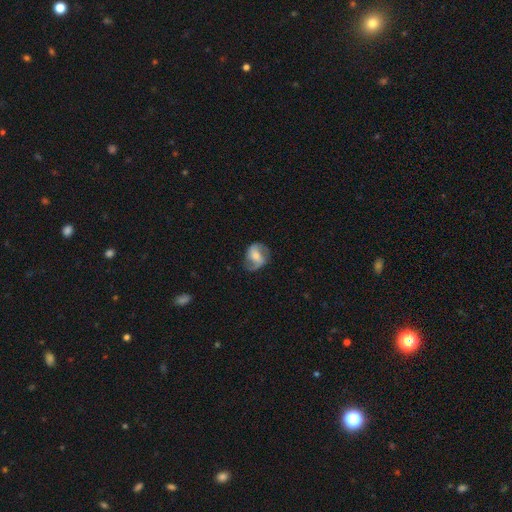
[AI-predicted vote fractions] A featured or disk galaxy (67%) with a weak bar (40%), 2 (85%) medium (43%) spiral arms (89%) and a moderate central bulge (48%).

Vote fractions:
- Smooth or featured? featured or disk: 67% / smooth: 26% / star or artifact: 7%
- Edge-on disk? no: 97% / yes: 3%
- Bar? weak: 40% / no: 34% / strong: 26%
- Spiral arms? yes: 89% / no: 11%
- Spiral winding? medium: 43% / loose: 40% / tight: 17%
- Spiral arm count? 2: 85% / can't tell: 6% / 1: 5% / 3: 1% / 4: 1% / more than 4: 1%
- Bulge size? moderate: 48% / small: 38% / large: 7% / none: 5% / dominant: 2%
- Merging? none: 69% / minor disturbance: 20% / major disturbance: 10% / merger: 1%